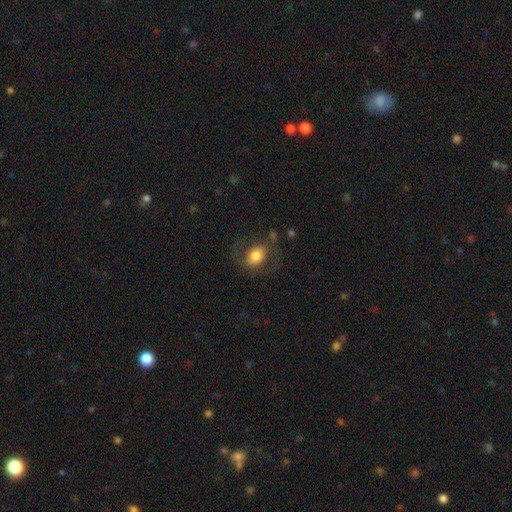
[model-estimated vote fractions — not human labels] A smooth galaxy with no disk features (72%) that is in between round and cigar-shaped (72%). Merging: none (67%).